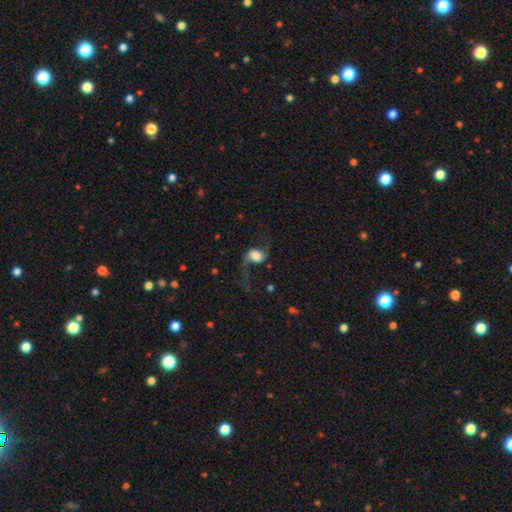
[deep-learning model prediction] smooth 45% (tied), featured or disk 45% (tied), star or artifact 10%. Down the decision tree: merging — none (40%).